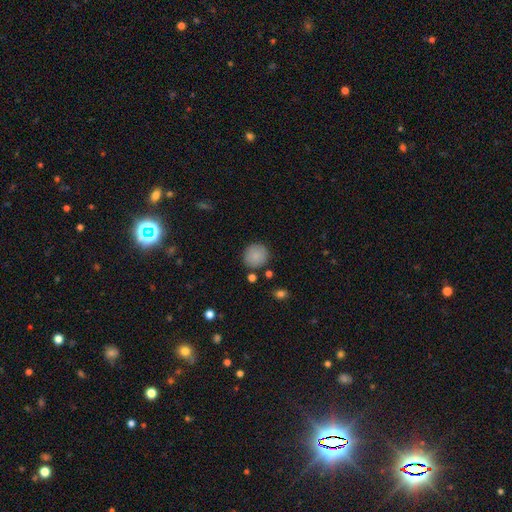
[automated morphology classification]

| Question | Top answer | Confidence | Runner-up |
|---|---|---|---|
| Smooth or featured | smooth | 86% | star or artifact (8%) |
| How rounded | round | 92% | in between (7%) |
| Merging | none | 85% | minor disturbance (9%) |